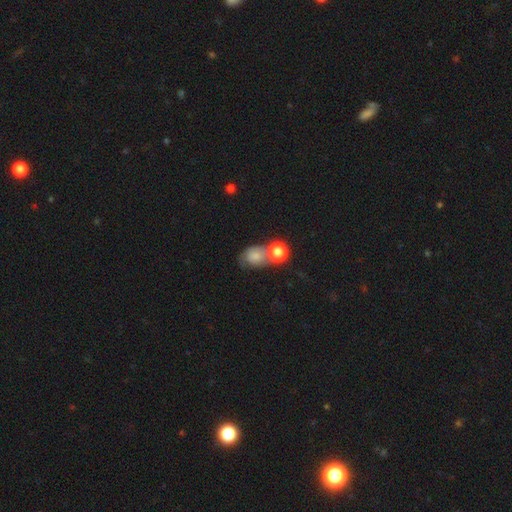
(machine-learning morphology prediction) Smooth or featured? smooth (55%)
How rounded? in between (55%)
Merging? none (36%)